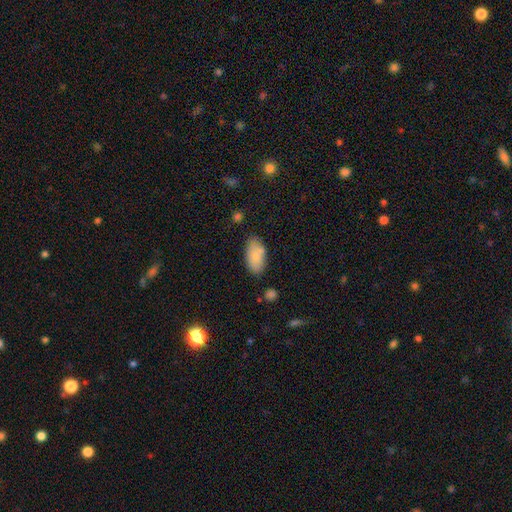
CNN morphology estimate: Smooth or featured: smooth — 79% (featured or disk — 14%)
How rounded: in between — 94% (round — 3%)
Merging: none — 68% (minor disturbance — 21%)